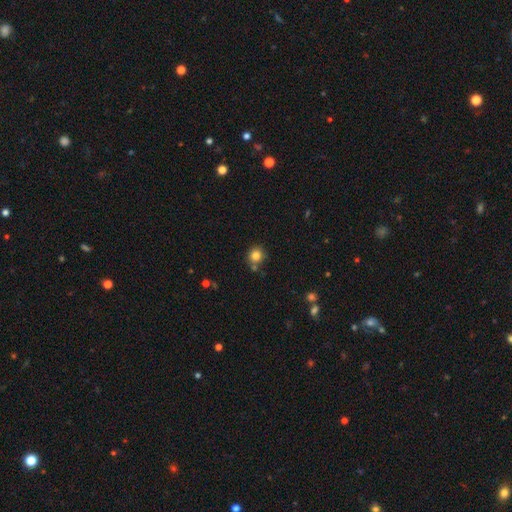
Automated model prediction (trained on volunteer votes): smooth_or_featured: smooth (p=0.82) [alt: star or artifact p=0.12]
how_rounded: round (p=0.87) [alt: in between p=0.12]
merging: none (p=0.75) [alt: minor disturbance p=0.12]